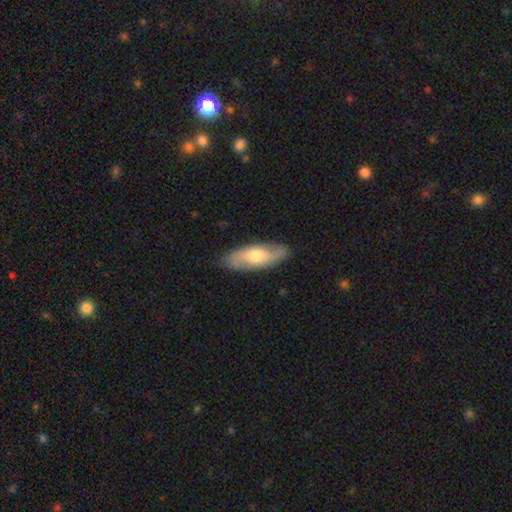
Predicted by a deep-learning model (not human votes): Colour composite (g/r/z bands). It shows a featured or disk galaxy (55%). Merging: none (84%).